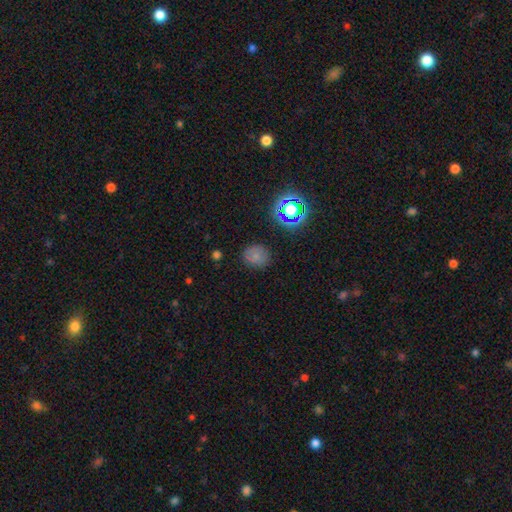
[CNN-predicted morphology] This appears to be a smooth galaxy with no disk features (71%) that is round (72%). Merging: none (82%).